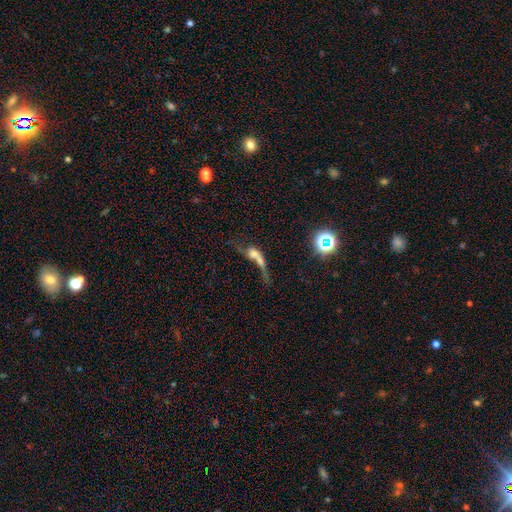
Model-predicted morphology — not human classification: Smooth or featured? Predicted: smooth (p=0.43). Merging? Predicted: merger (p=0.56).